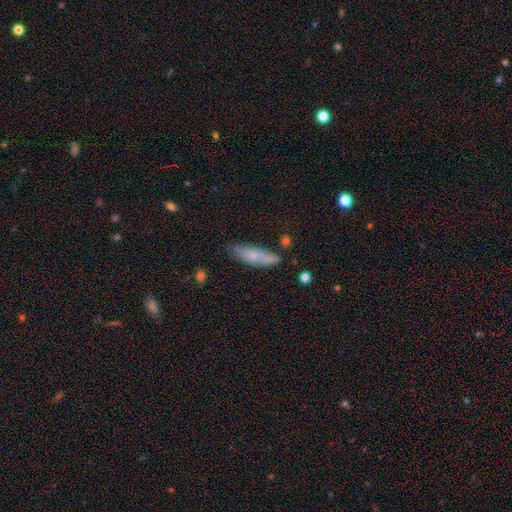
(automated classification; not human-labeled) Morphology: type=smooth (70%); roundness=cigar-shaped (57%); merging=none (66%).